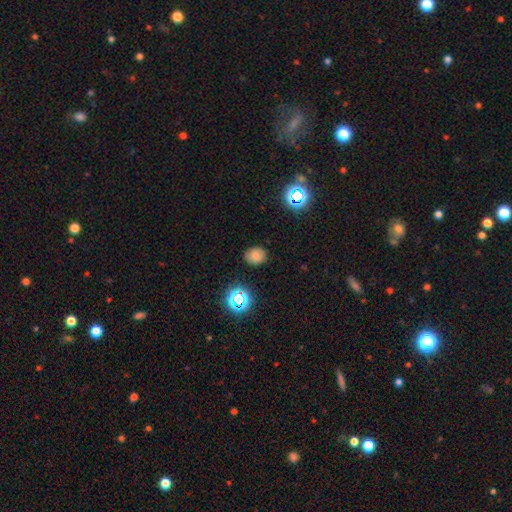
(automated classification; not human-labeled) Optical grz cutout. It shows a smooth galaxy with no disk features (75%) that is round (56%). Merging: none (85%).